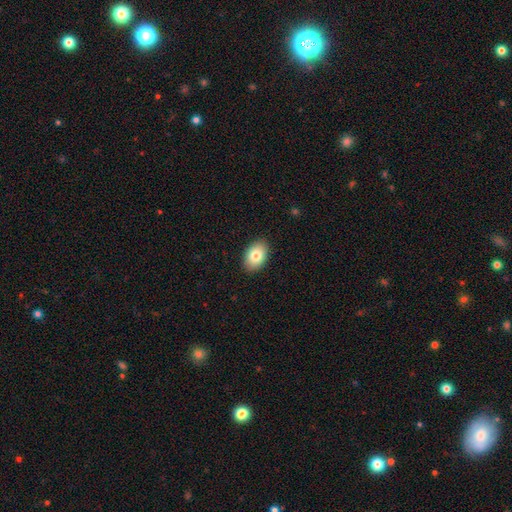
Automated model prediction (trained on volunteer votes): Smooth or featured: smooth — 82% (featured or disk — 11%)
How rounded: in between — 89% (round — 10%)
Merging: none — 90% (minor disturbance — 8%)